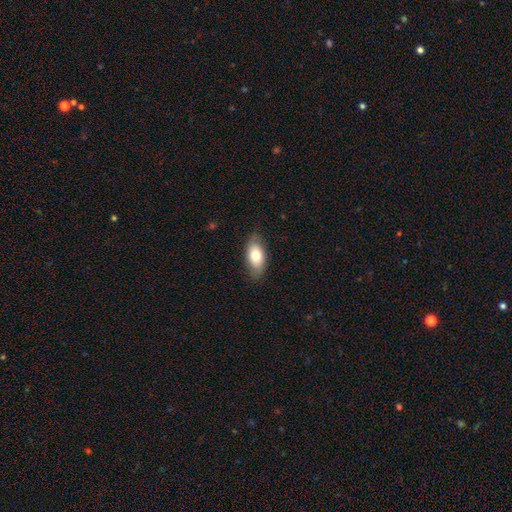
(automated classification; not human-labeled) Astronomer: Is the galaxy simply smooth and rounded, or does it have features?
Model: smooth — 74%.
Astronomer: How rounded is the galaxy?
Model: in between — 90%.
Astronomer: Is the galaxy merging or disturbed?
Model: none — 79%.